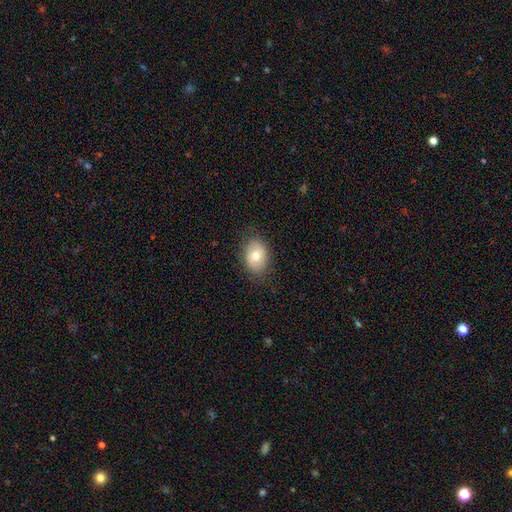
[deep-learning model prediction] Smooth or featured?
  - smooth: 75% *
  - featured or disk: 17%
  - star or artifact: 8%
How rounded?
  - in between: 76% *
  - round: 23%
  - cigar-shaped: 1%
Merging?
  - none: 82% *
  - minor disturbance: 14%
  - major disturbance: 3%
  - merger: 1%